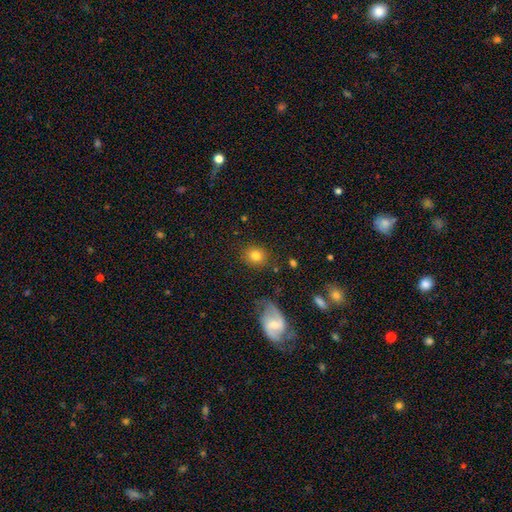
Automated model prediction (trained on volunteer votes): Q: Smooth or featured?
A: smooth (80%); runner-up: featured or disk (10%)
Q: How rounded?
A: round (74%); runner-up: in between (25%)
Q: Merging?
A: none (82%); runner-up: minor disturbance (11%)